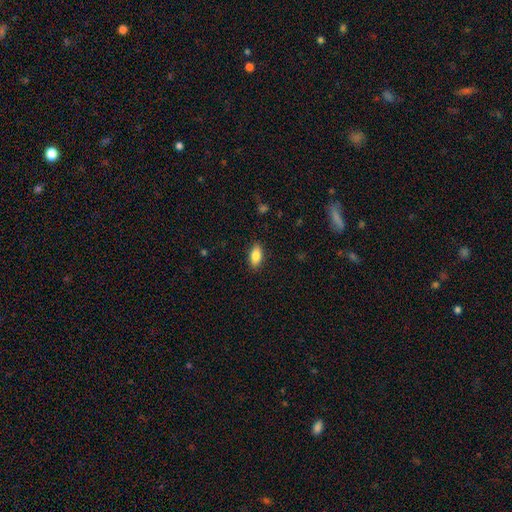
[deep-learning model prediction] This appears to be a smooth galaxy with no disk features (84%) that is in between round and cigar-shaped (89%). Merging: none (88%).